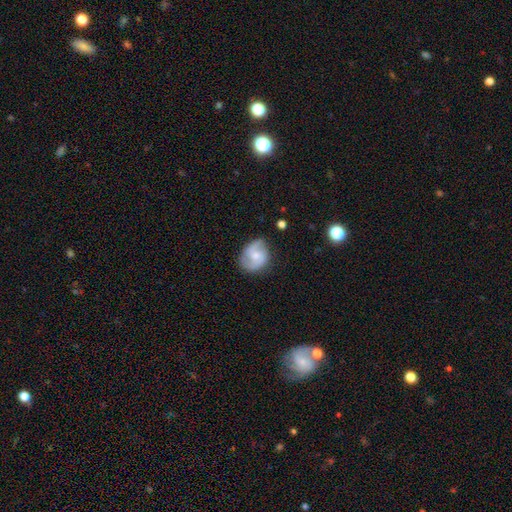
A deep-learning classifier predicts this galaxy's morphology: A featured or disk galaxy (63%) with no bar (56%), 2 (84%) medium (48%) spiral arms (90%) and a small central bulge (49%). Merging: none (69%).